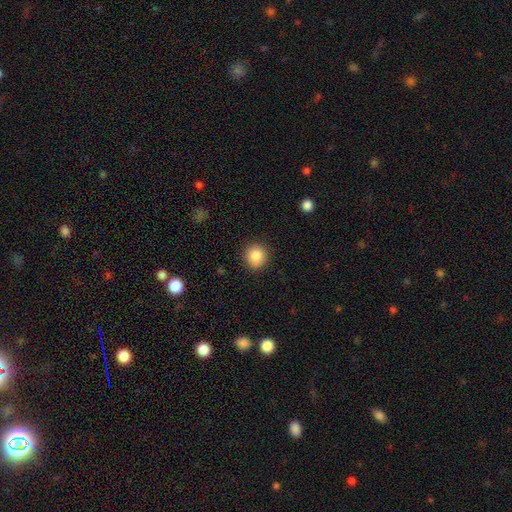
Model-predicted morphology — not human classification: Smooth or featured: smooth — 86% (star or artifact — 10%)
How rounded: round — 89% (in between — 10%)
Merging: none — 88% (minor disturbance — 9%)